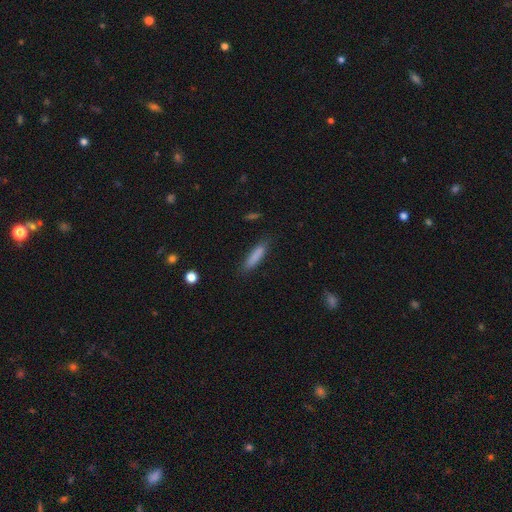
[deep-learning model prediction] Morphology: type=smooth (84%); roundness=cigar-shaped (76%); merging=none (81%).